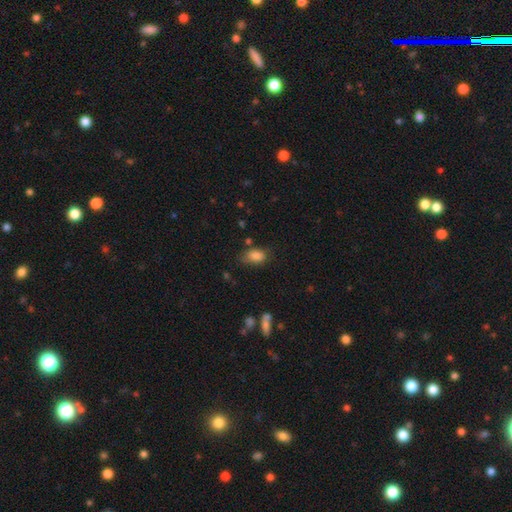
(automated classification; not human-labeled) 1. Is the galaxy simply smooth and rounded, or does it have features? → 85% smooth, 9% star or artifact, 6% featured or disk.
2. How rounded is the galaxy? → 89% in between, 8% round, 3% cigar-shaped.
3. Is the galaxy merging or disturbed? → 62% none, 27% minor disturbance, 8% major disturbance, 3% merger.